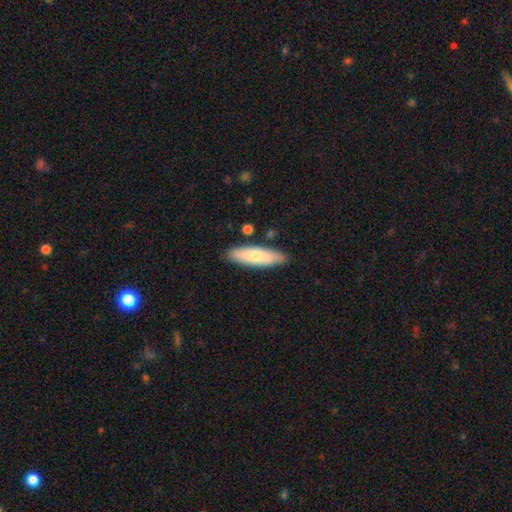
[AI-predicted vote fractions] Smooth or featured? Predicted: smooth (p=0.68). How rounded? Predicted: cigar-shaped (p=0.55). Merging? Predicted: none (p=0.85).